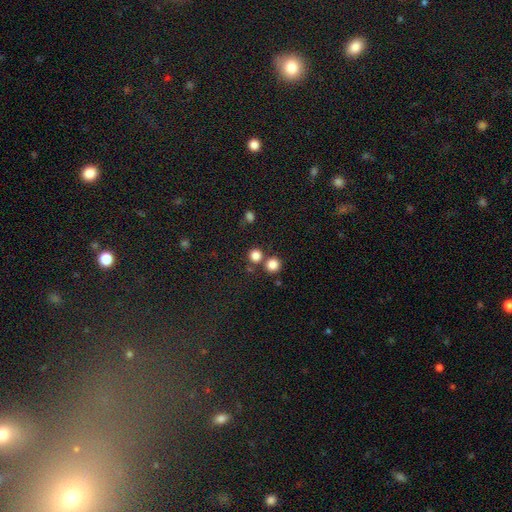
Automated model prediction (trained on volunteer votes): Morphology: type=smooth (82%); roundness=round (91%); merging=none (69%).